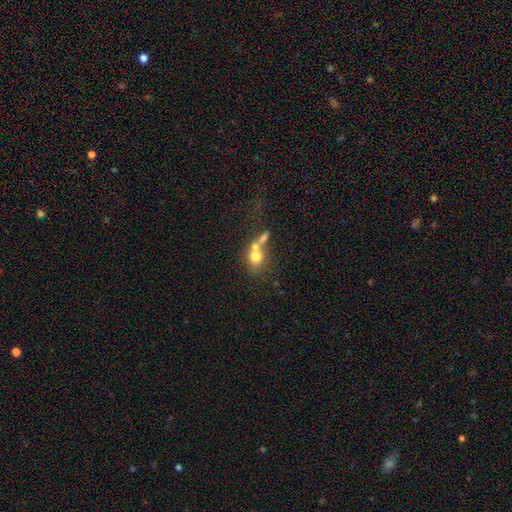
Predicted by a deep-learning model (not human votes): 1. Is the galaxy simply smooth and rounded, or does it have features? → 68% smooth, 21% featured or disk, 11% star or artifact.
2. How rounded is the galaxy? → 65% round, 33% in between, 2% cigar-shaped.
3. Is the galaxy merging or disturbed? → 56% merger, 27% none, 9% minor disturbance, 8% major disturbance.